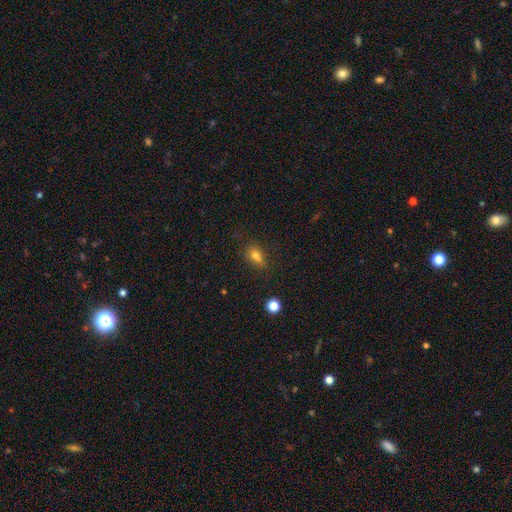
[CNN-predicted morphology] Q: Smooth or featured?
A: smooth (72%); runner-up: star or artifact (17%)
Q: How rounded?
A: in between (61%); runner-up: round (35%)
Q: Merging?
A: none (60%); runner-up: minor disturbance (23%)